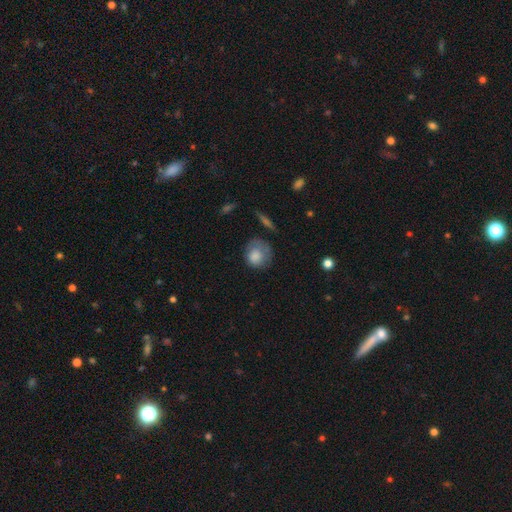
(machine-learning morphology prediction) Smooth or featured?
  - smooth: 77% *
  - featured or disk: 15%
  - star or artifact: 8%
How rounded?
  - round: 80% *
  - in between: 19%
  - cigar-shaped: 1%
Merging?
  - none: 56% *
  - minor disturbance: 28%
  - major disturbance: 14%
  - merger: 3%